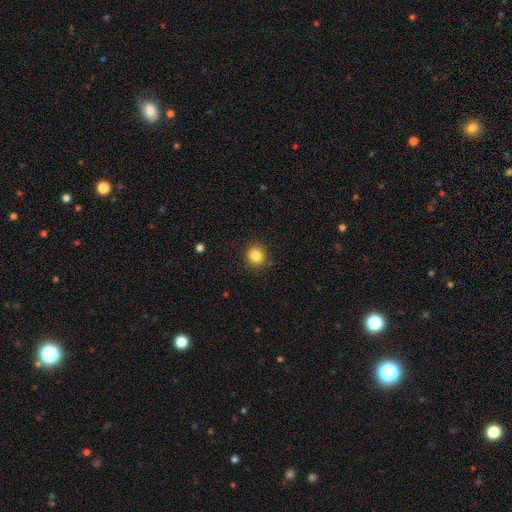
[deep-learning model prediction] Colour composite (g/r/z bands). It shows a smooth galaxy with no disk features (85%) that is round (91%). Merging: none (90%).